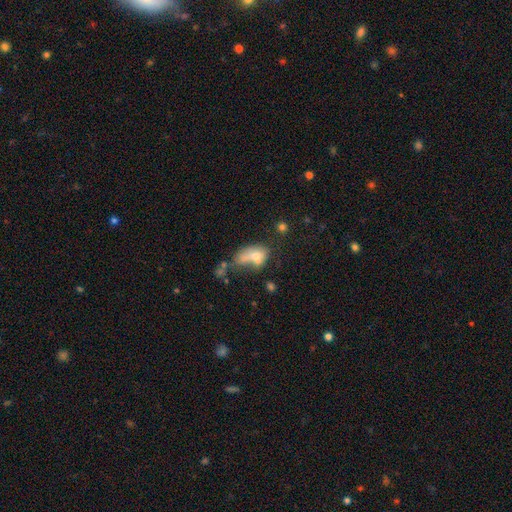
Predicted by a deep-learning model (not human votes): Smooth or featured? smooth (64%)
How rounded? in between (80%)
Merging? merger (35%)